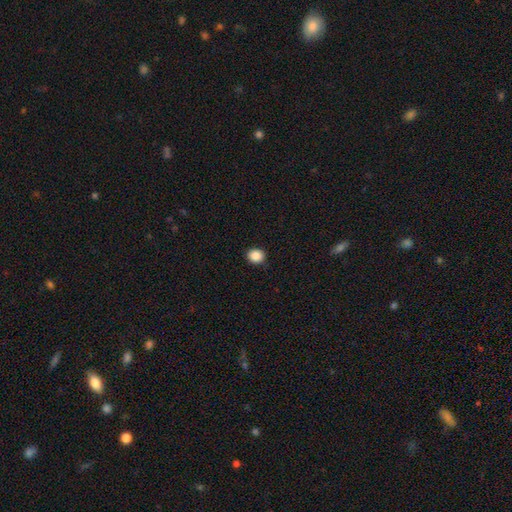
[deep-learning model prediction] Smooth or featured?
  - smooth: 88% *
  - star or artifact: 9%
  - featured or disk: 3%
How rounded?
  - round: 76% *
  - in between: 24%
  - cigar-shaped: 1%
Merging?
  - none: 91% *
  - minor disturbance: 6%
  - major disturbance: 2%
  - merger: 1%